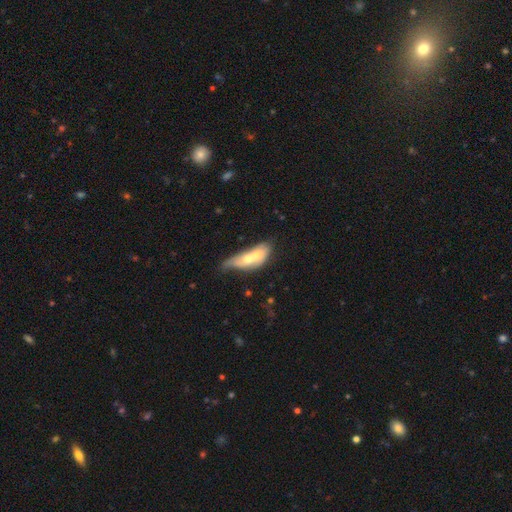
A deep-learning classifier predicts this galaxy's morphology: Q: Smooth or featured?
A: smooth (49%); runner-up: featured or disk (43%)
Q: Merging?
A: merger (61%); runner-up: none (17%)